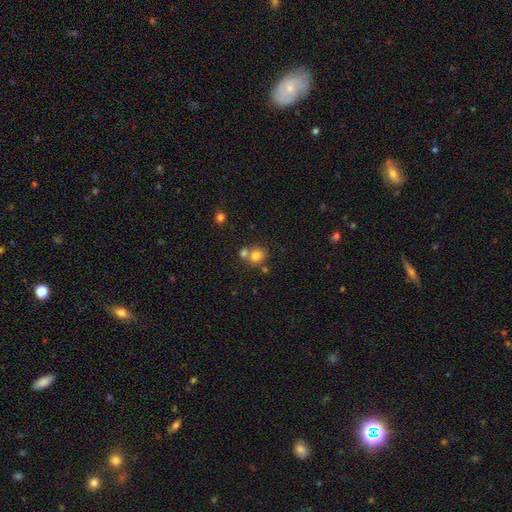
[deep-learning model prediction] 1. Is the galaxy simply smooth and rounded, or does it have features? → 78% smooth, 12% star or artifact, 10% featured or disk.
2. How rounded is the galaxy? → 77% round, 23% in between, 1% cigar-shaped.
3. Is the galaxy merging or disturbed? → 47% none, 41% merger, 8% minor disturbance, 3% major disturbance.